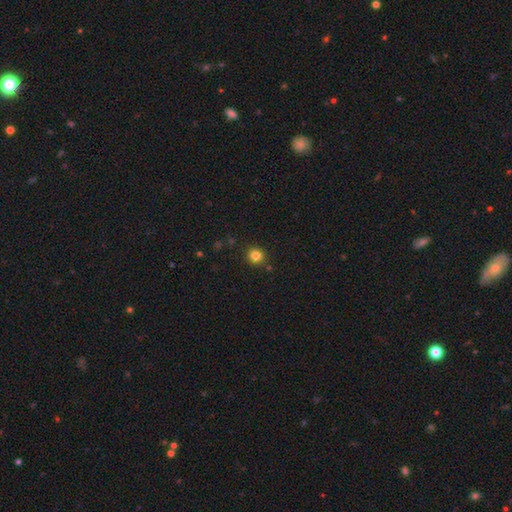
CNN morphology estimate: Smooth or featured? Predicted: smooth (p=0.82). How rounded? Predicted: round (p=0.90). Merging? Predicted: none (p=0.88).